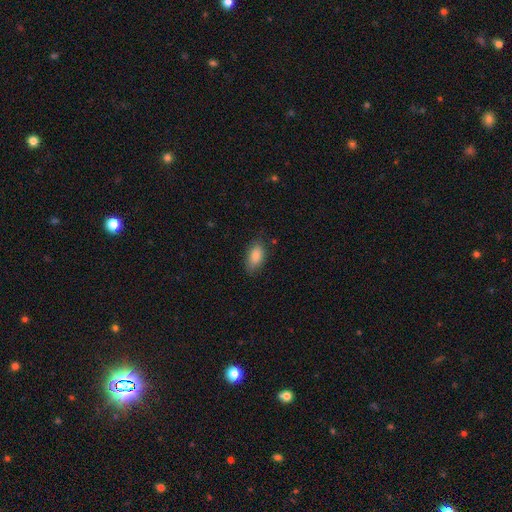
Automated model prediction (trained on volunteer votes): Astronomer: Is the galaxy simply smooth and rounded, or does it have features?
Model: smooth — 86%.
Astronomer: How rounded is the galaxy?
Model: in between — 91%.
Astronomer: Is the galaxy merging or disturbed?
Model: none — 78%.